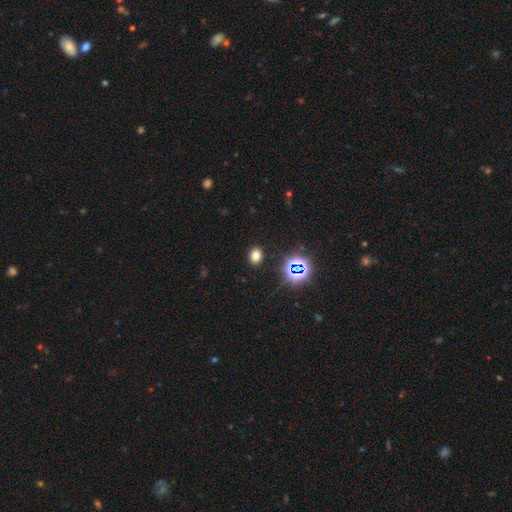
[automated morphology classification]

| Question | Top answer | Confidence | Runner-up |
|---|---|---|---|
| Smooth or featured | smooth | 71% | star or artifact (22%) |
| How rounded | in between | 58% | round (41%) |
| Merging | none | 88% | minor disturbance (8%) |